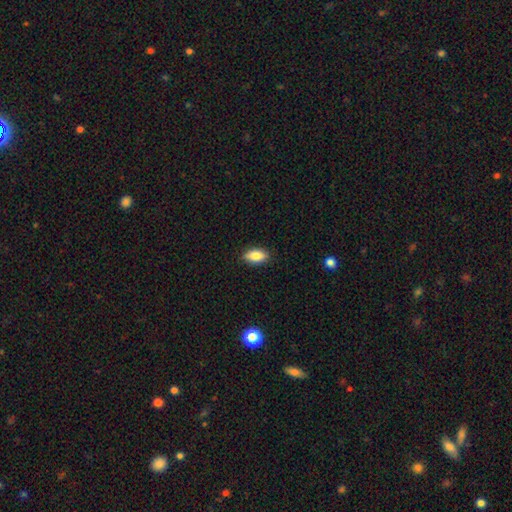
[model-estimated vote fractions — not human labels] Smooth or featured?
  - smooth: 82% *
  - featured or disk: 10%
  - star or artifact: 7%
How rounded?
  - in between: 88% *
  - cigar-shaped: 8%
  - round: 4%
Merging?
  - none: 87% *
  - minor disturbance: 10%
  - major disturbance: 2%
  - merger: 1%